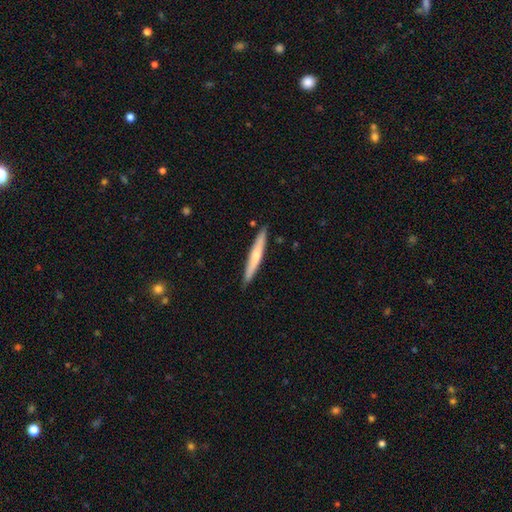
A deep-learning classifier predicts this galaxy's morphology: smooth_or_featured: smooth (p=0.53) [alt: featured or disk p=0.41]
how_rounded: cigar-shaped (p=0.95) [alt: in between p=0.04]
merging: none (p=0.89) [alt: minor disturbance p=0.09]